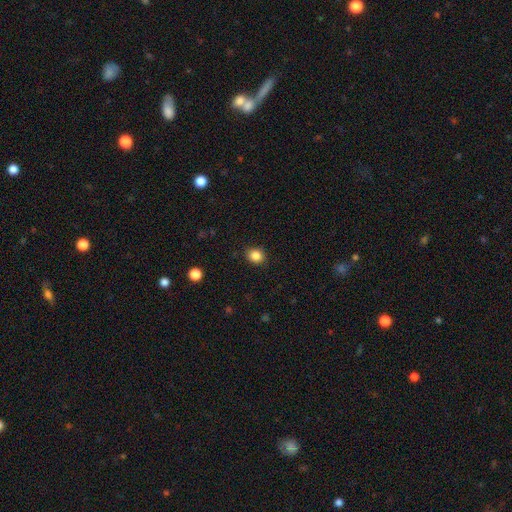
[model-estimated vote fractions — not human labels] Q: Smooth or featured?
A: smooth (85%); runner-up: star or artifact (11%)
Q: How rounded?
A: round (72%); runner-up: in between (27%)
Q: Merging?
A: none (89%); runner-up: minor disturbance (8%)